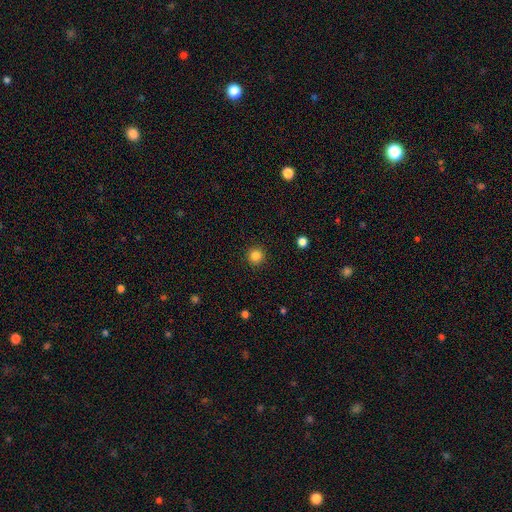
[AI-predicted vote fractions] This is clearly a smooth galaxy (84%). How rounded: clearly round (95%). Merging: clearly none (92%).